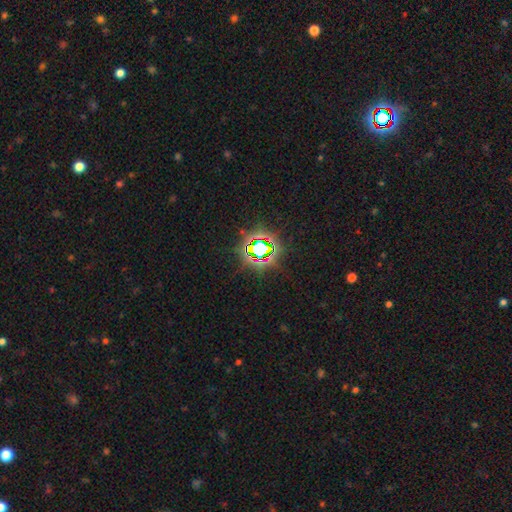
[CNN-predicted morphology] Smooth or featured? Predicted: star or artifact (p=0.77).